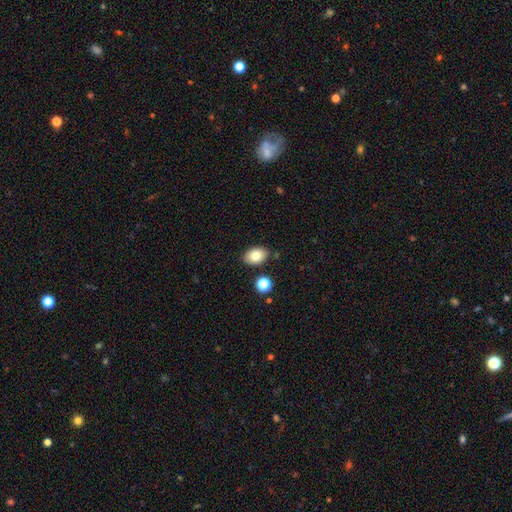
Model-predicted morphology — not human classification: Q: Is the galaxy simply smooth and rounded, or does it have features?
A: smooth — 80%.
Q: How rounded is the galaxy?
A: in between — 79%.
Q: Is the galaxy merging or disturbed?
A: none — 84%.